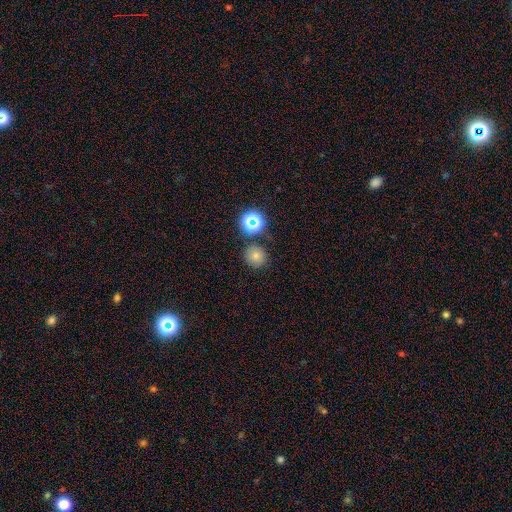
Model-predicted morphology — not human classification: smooth-or-featured: smooth: 63% | star or artifact: 27% | featured or disk: 10%
  how-rounded: round: 92% | in between: 7% | cigar-shaped: 1%
  merging: none: 83% | minor disturbance: 8% | merger: 6% | major disturbance: 3%